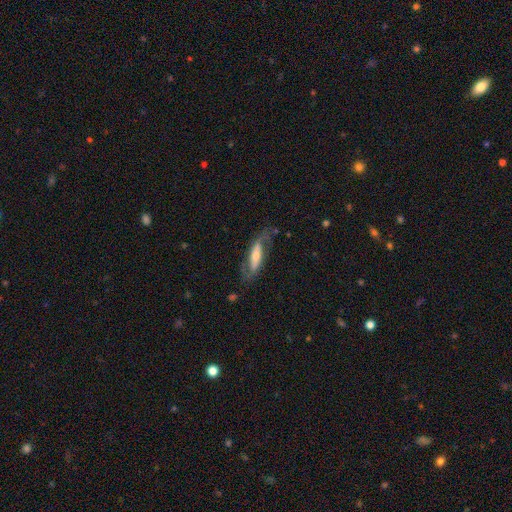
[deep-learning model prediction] featured or disk 67%, smooth 27%, star or artifact 6%. Down the decision tree: edge-on disk — no (77%); bar — strong (38%); spiral arms — yes (84%); bulge size — moderate (44%); merging — none (64%).